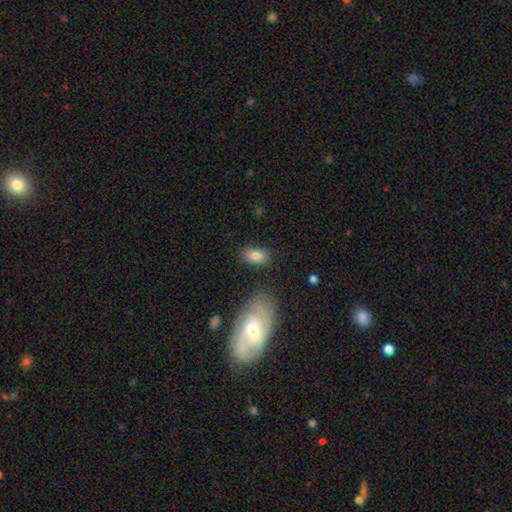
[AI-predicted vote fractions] This is likely a smooth galaxy (79%). How rounded: clearly in between (89%). Merging: clearly none (82%).